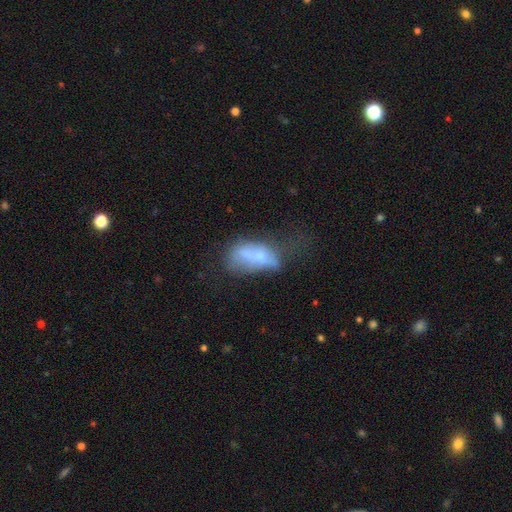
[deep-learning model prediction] This appears to be a smooth galaxy with no disk features (53%) that is in between round and cigar-shaped (83%). Merging: major disturbance (39%).